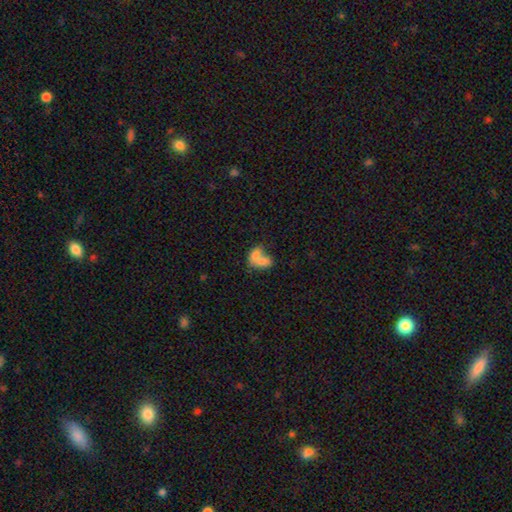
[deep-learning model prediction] This appears to be a smooth galaxy with no disk features (72%) that is in between round and cigar-shaped (76%). Merging: merger (73%).